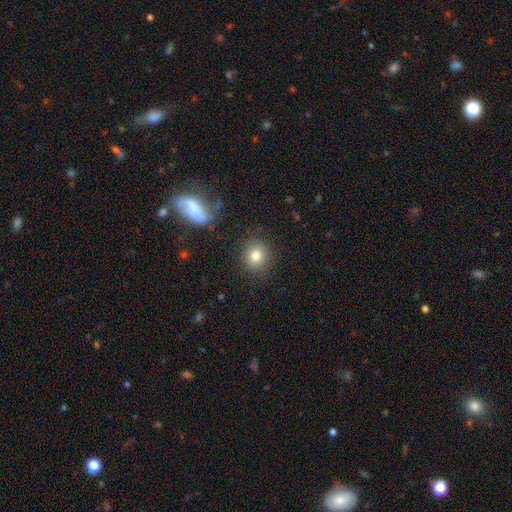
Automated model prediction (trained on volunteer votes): Smooth or featured: smooth — 80% (star or artifact — 11%)
How rounded: round — 84% (in between — 15%)
Merging: none — 87% (minor disturbance — 8%)